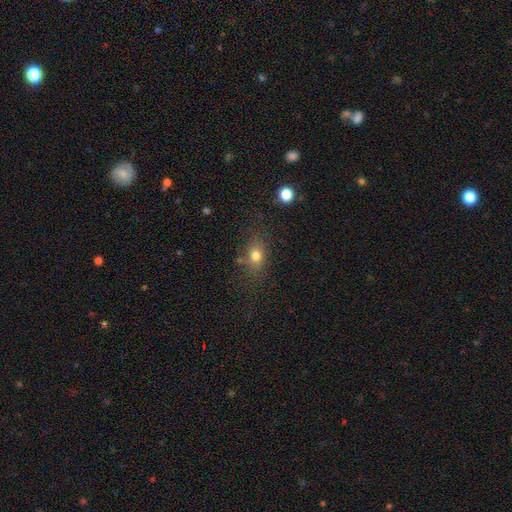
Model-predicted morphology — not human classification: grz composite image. It shows a smooth galaxy with no disk features (76%) that is in between round and cigar-shaped (61%). Merging: none (72%).